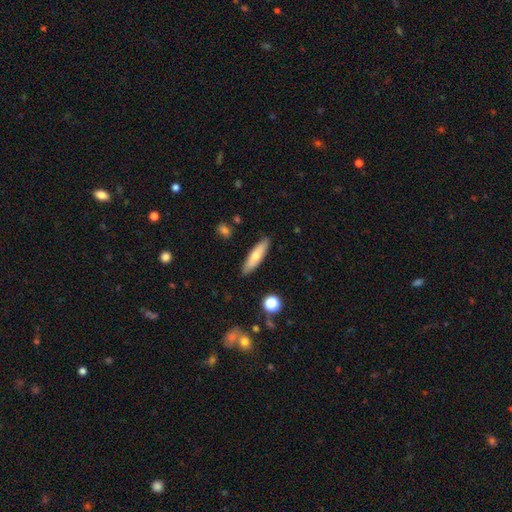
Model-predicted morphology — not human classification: Smooth or featured? smooth (66%)
How rounded? cigar-shaped (67%)
Merging? none (87%)